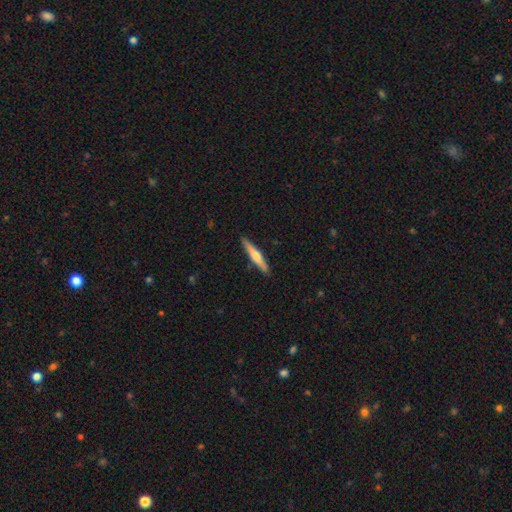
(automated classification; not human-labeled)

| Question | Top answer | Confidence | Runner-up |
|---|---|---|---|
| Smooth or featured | featured or disk | 54% | smooth (41%) |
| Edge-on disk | yes | 97% | no (3%) |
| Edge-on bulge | rounded | 86% | none (8%) |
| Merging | none | 91% | minor disturbance (7%) |